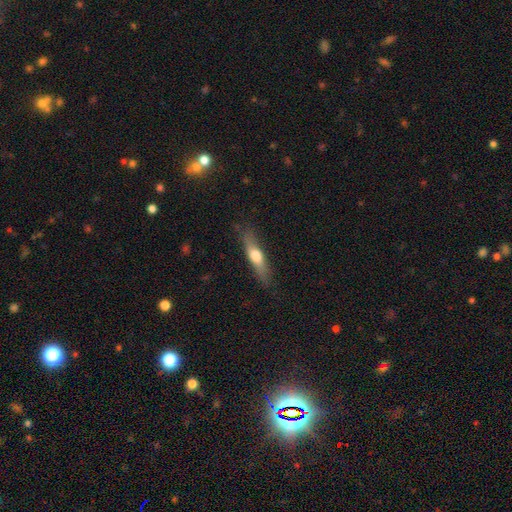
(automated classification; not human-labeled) Smooth or featured: smooth — 50% (featured or disk — 44%)
How rounded: cigar-shaped — 77% (in between — 21%)
Merging: none — 81% (minor disturbance — 15%)